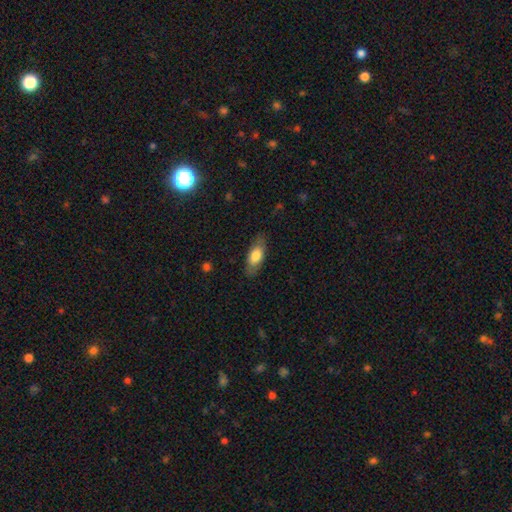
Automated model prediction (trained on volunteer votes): A smooth galaxy with no disk features (72%) that is in between round and cigar-shaped (78%).

Vote fractions:
- Smooth or featured? smooth: 72% / featured or disk: 21% / star or artifact: 6%
- How rounded? in between: 78% / cigar-shaped: 19% / round: 3%
- Merging? none: 81% / minor disturbance: 14% / major disturbance: 4% / merger: 1%